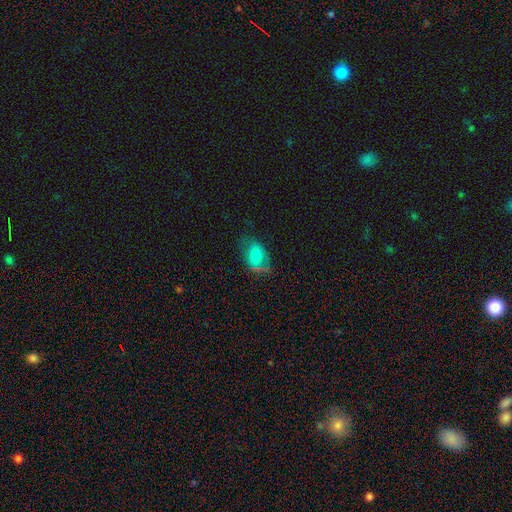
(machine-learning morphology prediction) smooth 65%, featured or disk 25%, star or artifact 10%. Down the decision tree: how rounded — in between (86%); merging — none (49%).